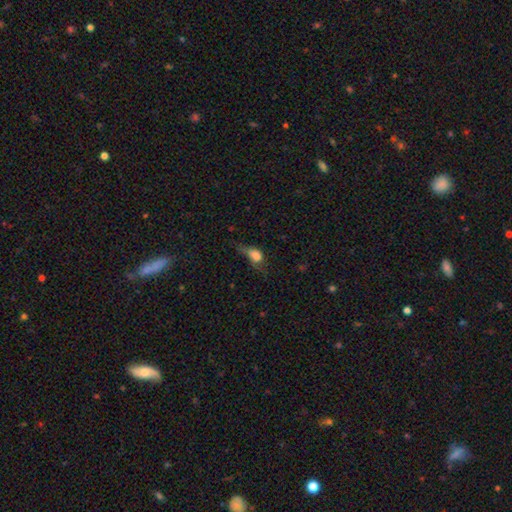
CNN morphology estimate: Smooth or featured: smooth — 69% (featured or disk — 19%)
How rounded: in between — 64% (round — 27%)
Merging: major disturbance — 41% (minor disturbance — 29%)